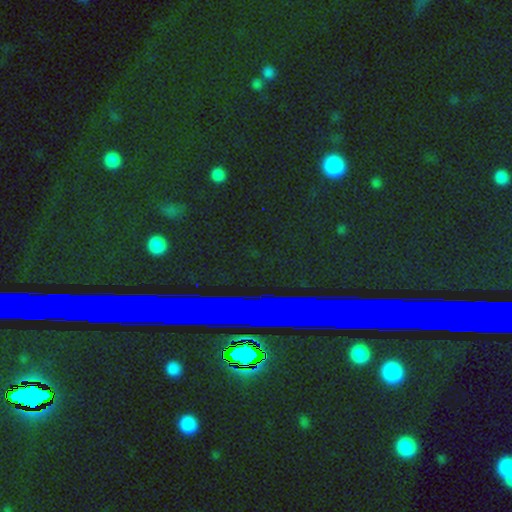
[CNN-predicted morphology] Smooth or featured? star or artifact (83%)